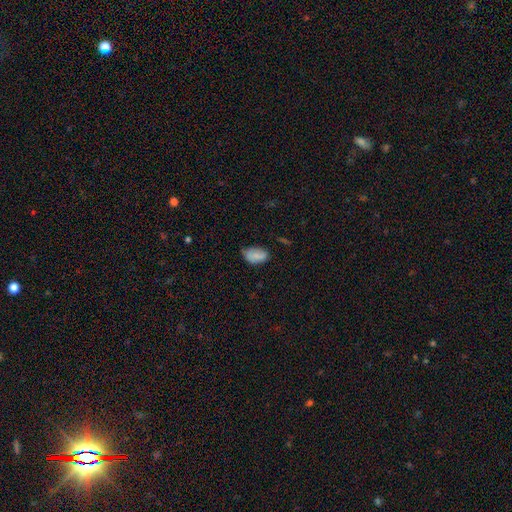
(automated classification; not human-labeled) Smooth or featured? smooth (82%)
How rounded? in between (91%)
Merging? none (54%)